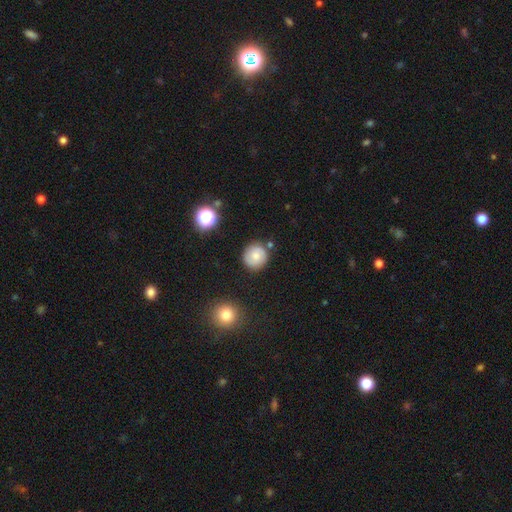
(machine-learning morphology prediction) smooth 66%, featured or disk 24%, star or artifact 10%. Down the decision tree: how rounded — round (92%); merging — none (83%).